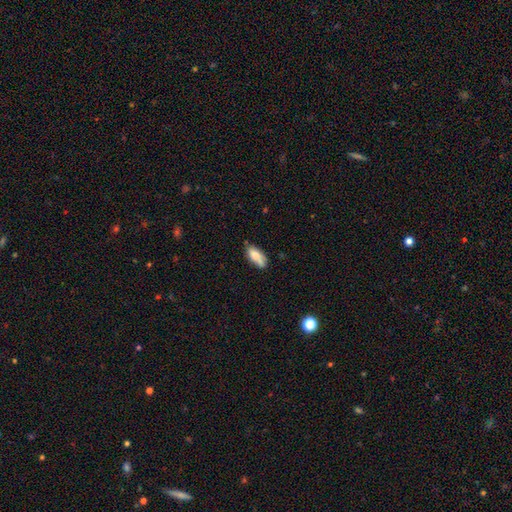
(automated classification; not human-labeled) Smooth or featured? smooth (78%)
How rounded? in between (82%)
Merging? none (60%)